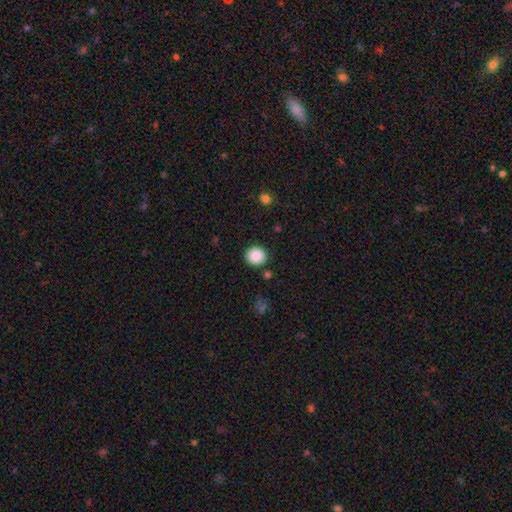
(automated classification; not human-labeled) This appears to be a smooth galaxy with no disk features (88%) that is round (87%). Merging: none (89%).